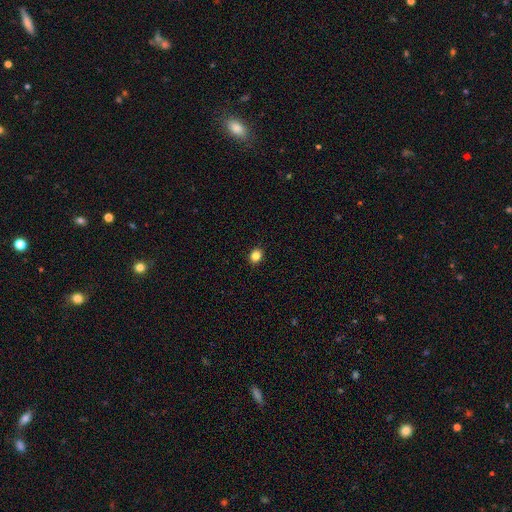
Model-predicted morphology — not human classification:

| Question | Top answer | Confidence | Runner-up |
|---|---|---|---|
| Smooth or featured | smooth | 85% | star or artifact (11%) |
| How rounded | round | 57% | in between (42%) |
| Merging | none | 91% | minor disturbance (6%) |